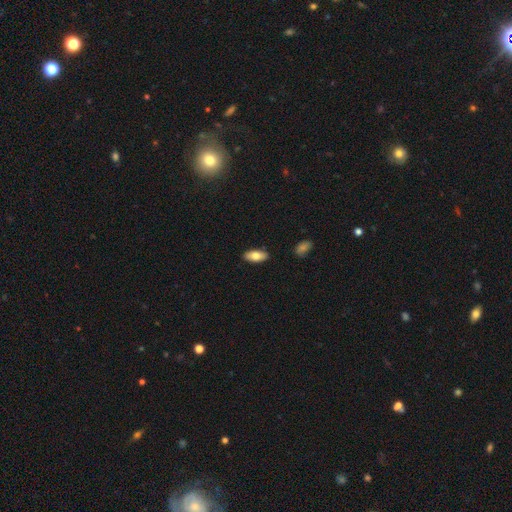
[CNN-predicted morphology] This is likely a smooth galaxy (76%). How rounded: clearly in between (88%). Merging: clearly none (88%).